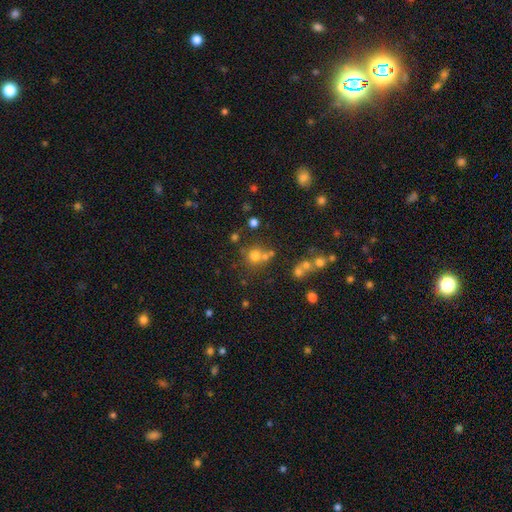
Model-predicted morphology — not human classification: This is likely a smooth galaxy (65%). How rounded: clearly round (87%). Merging: likely none (61%).